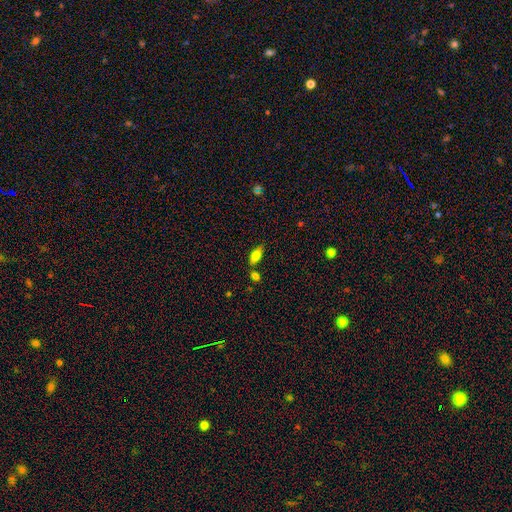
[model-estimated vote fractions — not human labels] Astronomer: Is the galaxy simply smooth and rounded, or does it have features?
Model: smooth — 77%.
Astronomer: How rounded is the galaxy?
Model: in between — 85%.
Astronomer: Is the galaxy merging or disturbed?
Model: none — 70%.